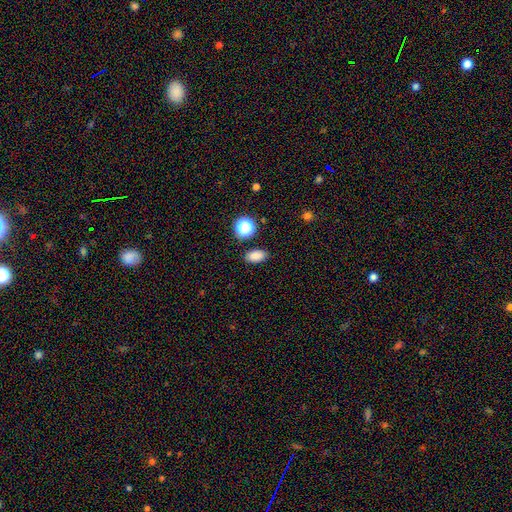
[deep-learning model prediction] smooth-or-featured: smooth: 83% | star or artifact: 12% | featured or disk: 5%
  how-rounded: in between: 87% | round: 11% | cigar-shaped: 2%
  merging: none: 86% | minor disturbance: 9% | major disturbance: 2% | merger: 2%